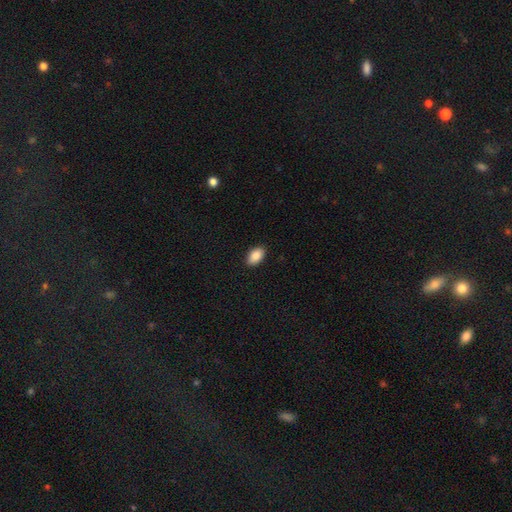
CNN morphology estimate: smooth-or-featured: smooth: 89% | star or artifact: 7% | featured or disk: 4%
  how-rounded: in between: 92% | round: 7% | cigar-shaped: 1%
  merging: none: 89% | minor disturbance: 8% | major disturbance: 2% | merger: 1%